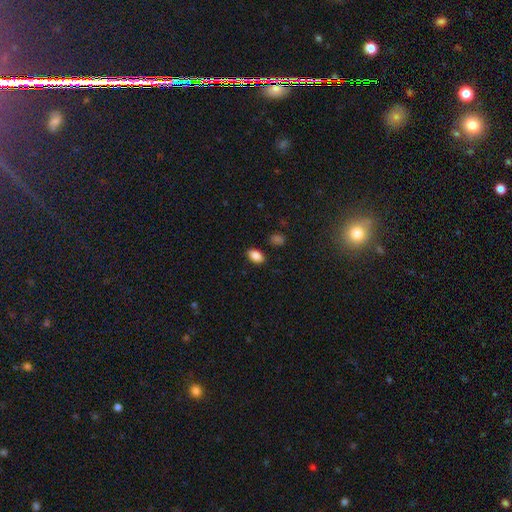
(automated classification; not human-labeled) This appears to be a smooth galaxy with no disk features (87%) that is in between round and cigar-shaped (89%). Merging: none (87%).